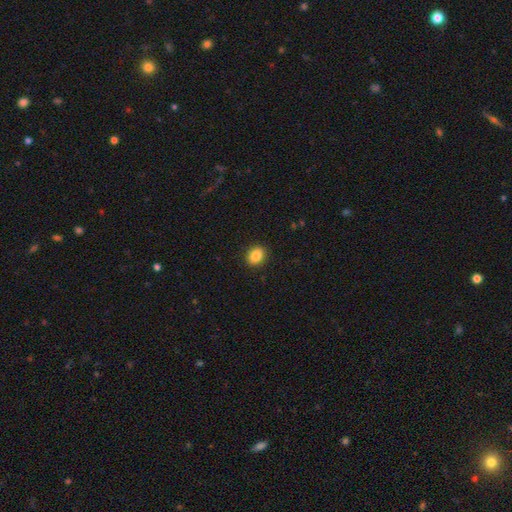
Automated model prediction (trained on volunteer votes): Smooth or featured: smooth — 87% (star or artifact — 9%)
How rounded: in between — 57% (round — 42%)
Merging: none — 90% (minor disturbance — 7%)